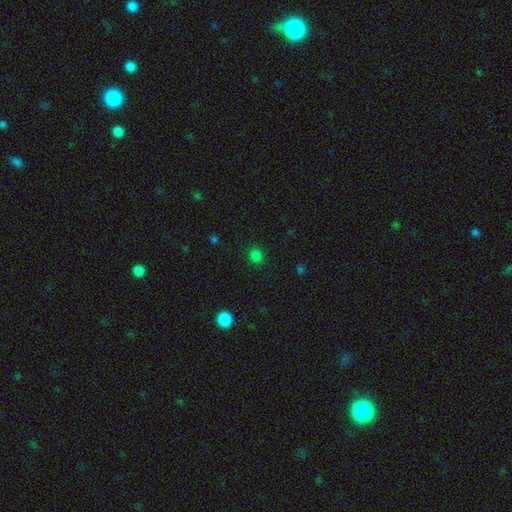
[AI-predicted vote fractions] Morphology: type=smooth (80%); roundness=round (80%); merging=none (88%).